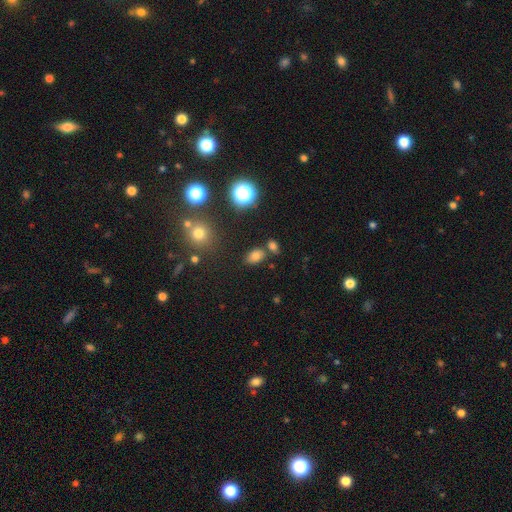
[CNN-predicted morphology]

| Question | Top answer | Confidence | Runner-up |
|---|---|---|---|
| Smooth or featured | smooth | 75% | star or artifact (17%) |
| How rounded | in between | 83% | round (16%) |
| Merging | none | 73% | merger (12%) |